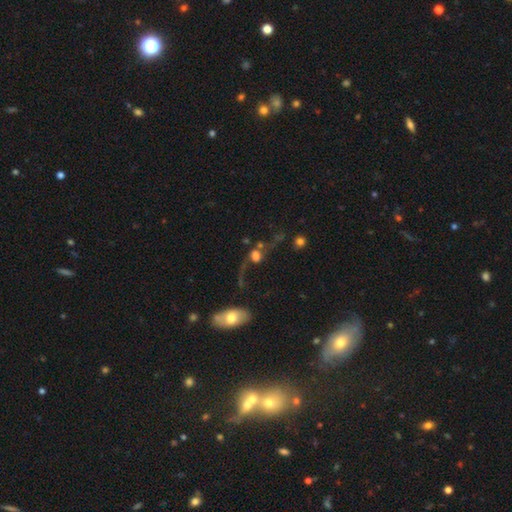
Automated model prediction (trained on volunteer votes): Overall: featured or disk (42%; smooth 41%). Merging: none (33%; major disturbance 28%).